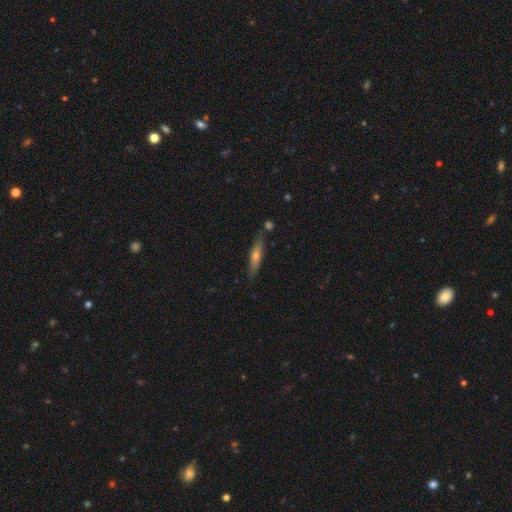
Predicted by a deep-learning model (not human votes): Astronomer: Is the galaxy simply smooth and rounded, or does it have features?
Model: featured or disk — 47% (runner-up: smooth, 46%).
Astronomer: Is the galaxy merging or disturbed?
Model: none — 78%.